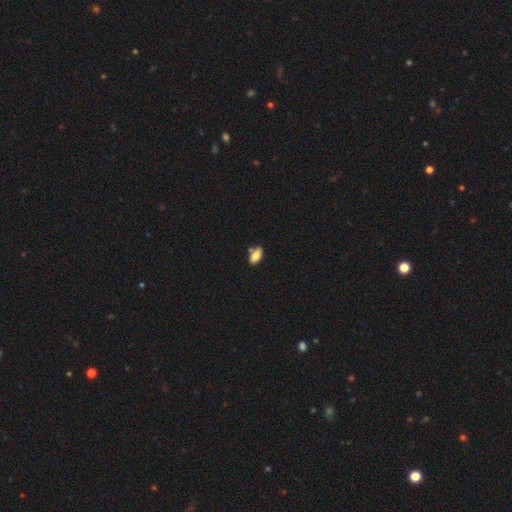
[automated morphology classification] Smooth or featured? smooth (81%)
How rounded? in between (92%)
Merging? none (75%)